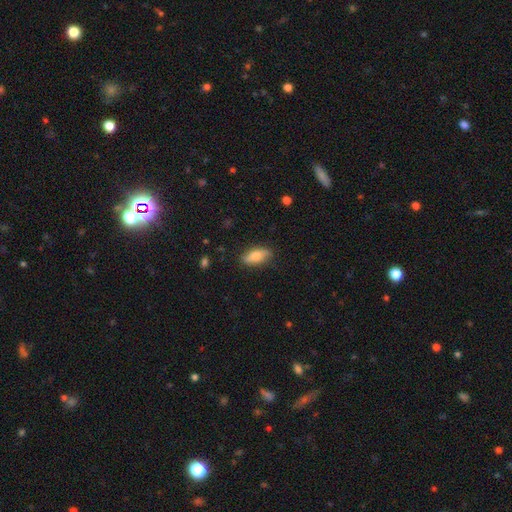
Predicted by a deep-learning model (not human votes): Smooth or featured: smooth — 72% (featured or disk — 21%)
How rounded: in between — 78% (cigar-shaped — 19%)
Merging: none — 81% (minor disturbance — 14%)